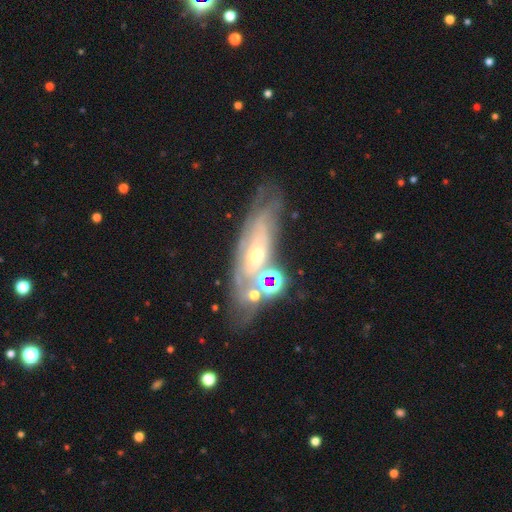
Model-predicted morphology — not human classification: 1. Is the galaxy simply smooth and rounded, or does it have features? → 70% featured or disk, 16% smooth, 14% star or artifact.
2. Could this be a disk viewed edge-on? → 77% no, 23% yes.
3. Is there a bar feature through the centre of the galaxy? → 73% no, 20% weak, 7% strong.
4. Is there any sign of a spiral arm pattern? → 72% yes, 28% no.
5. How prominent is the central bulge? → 54% small, 39% moderate, 3% large, 3% none, 1% dominant.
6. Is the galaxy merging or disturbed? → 51% none, 21% minor disturbance, 14% major disturbance, 14% merger.